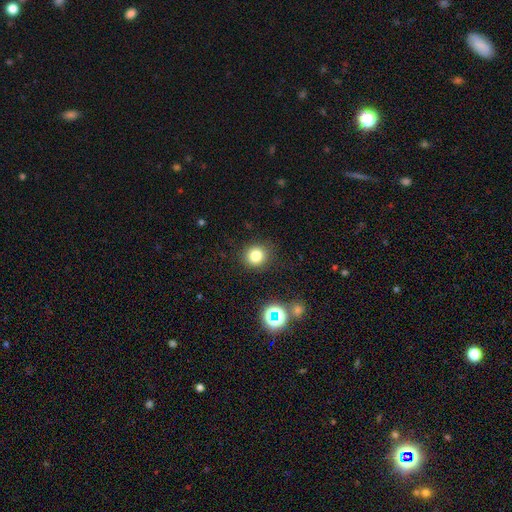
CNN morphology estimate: This is likely a smooth galaxy (79%). How rounded: clearly round (87%). Merging: clearly none (87%).